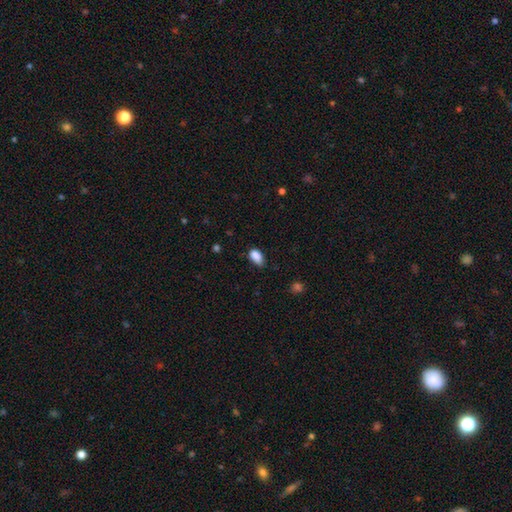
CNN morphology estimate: Smooth or featured?
  - smooth: 86% *
  - star or artifact: 9%
  - featured or disk: 5%
How rounded?
  - in between: 90% *
  - round: 7%
  - cigar-shaped: 3%
Merging?
  - none: 58% *
  - minor disturbance: 33%
  - major disturbance: 6%
  - merger: 2%